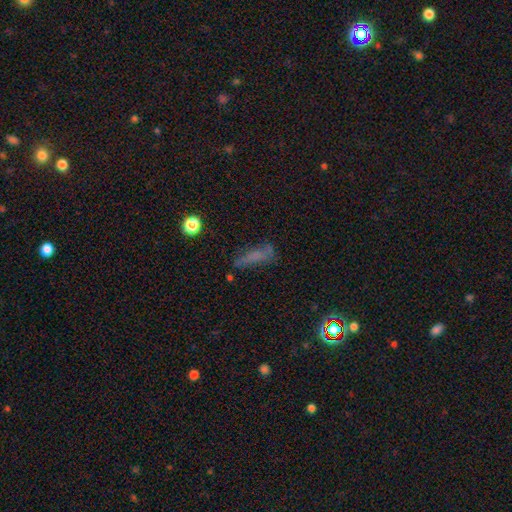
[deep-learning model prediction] Smooth or featured? Predicted: smooth (p=0.51). How rounded? Predicted: cigar-shaped (p=0.62). Merging? Predicted: none (p=0.53).